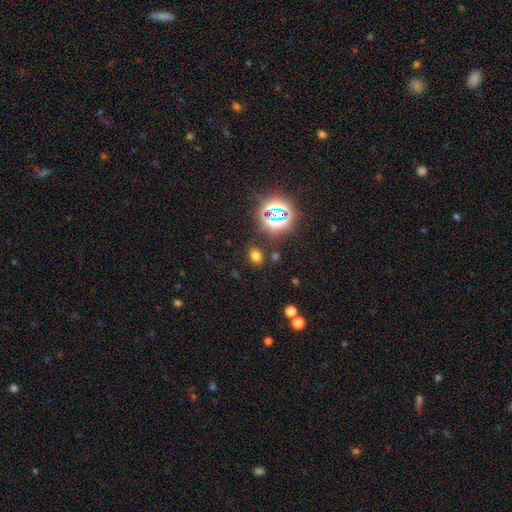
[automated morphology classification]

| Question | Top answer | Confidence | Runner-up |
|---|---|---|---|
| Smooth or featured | smooth | 63% | star or artifact (30%) |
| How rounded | in between | 77% | round (21%) |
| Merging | none | 84% | minor disturbance (9%) |